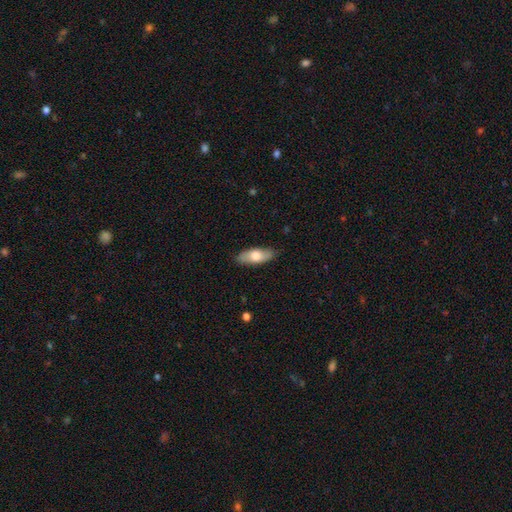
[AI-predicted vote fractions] This is likely a smooth galaxy (68%). How rounded: likely in between (76%). Merging: clearly none (86%).